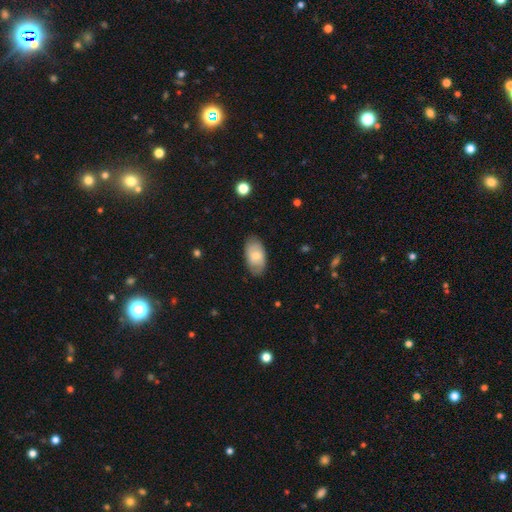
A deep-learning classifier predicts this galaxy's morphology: smooth-or-featured: smooth: 68% | featured or disk: 25% | star or artifact: 6%
  how-rounded: in between: 94% | round: 4% | cigar-shaped: 2%
  merging: none: 81% | minor disturbance: 15% | major disturbance: 3% | merger: 1%